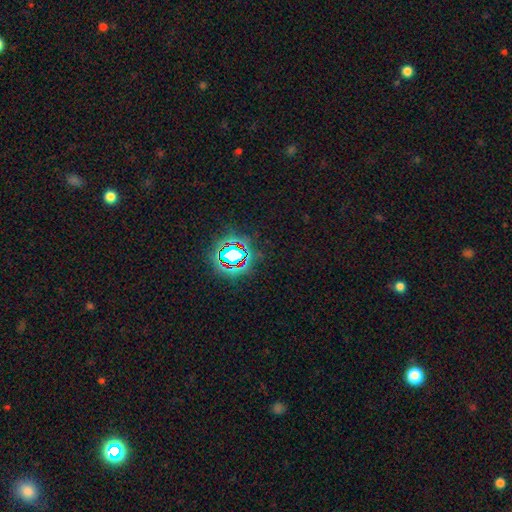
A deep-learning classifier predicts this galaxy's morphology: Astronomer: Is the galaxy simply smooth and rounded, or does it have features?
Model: star or artifact — 78%.